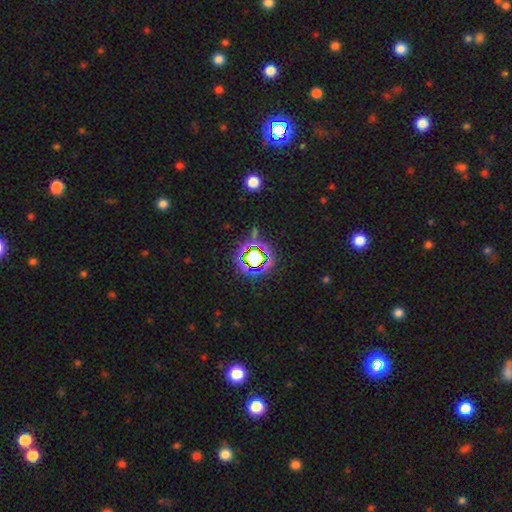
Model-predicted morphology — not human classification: Smooth or featured: star or artifact — 71% (smooth — 18%)